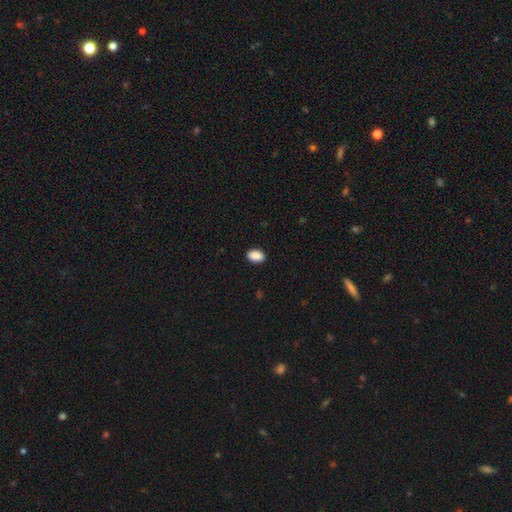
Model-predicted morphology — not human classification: This appears to be a smooth galaxy with no disk features (90%) that is in between round and cigar-shaped (87%). Merging: none (89%).